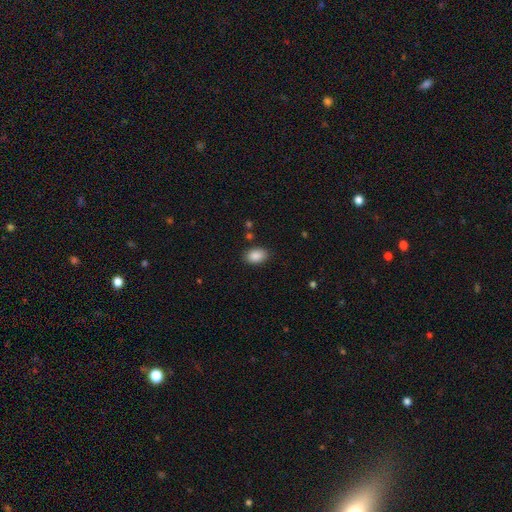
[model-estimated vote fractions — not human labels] The model was most divided on "how rounded": in between: 86%, round: 13%, cigar-shaped: 1%. More confident: smooth or featured — smooth (88%); merging — none (85%).